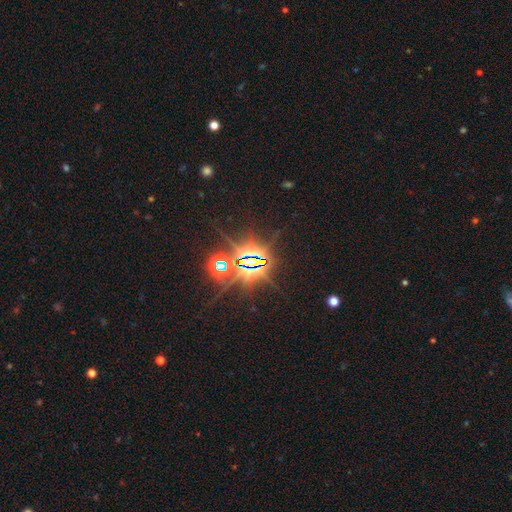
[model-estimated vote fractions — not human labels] Morphology: type=star or artifact (85%).